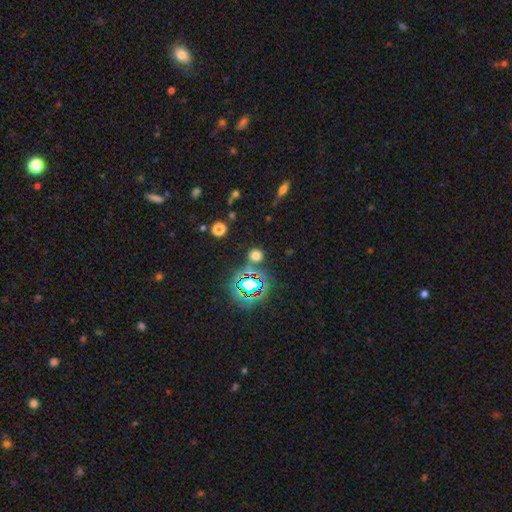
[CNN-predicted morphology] The model was most divided on "smooth or featured": smooth: 61%, star or artifact: 32%, featured or disk: 6%. More confident: how rounded — round (86%); merging — none (78%).